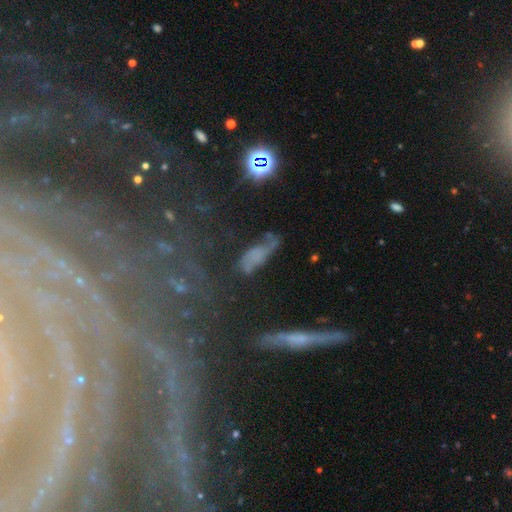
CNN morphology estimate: smooth_or_featured: smooth (p=0.43) [alt: featured or disk p=0.40]
merging: none (p=0.47) [alt: minor disturbance p=0.28]